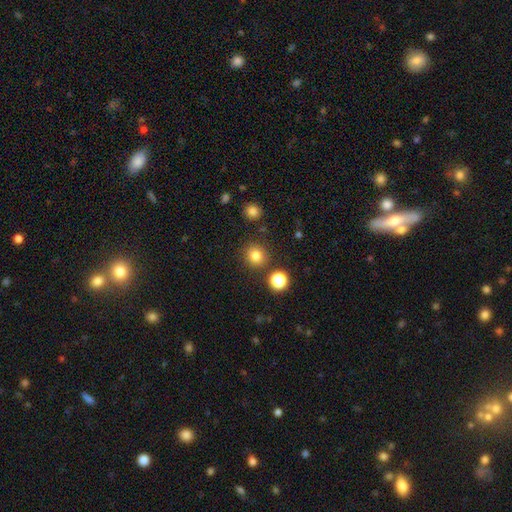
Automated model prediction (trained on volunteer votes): Overall: smooth (80%). How rounded: round (91%). Merging: none (86%).